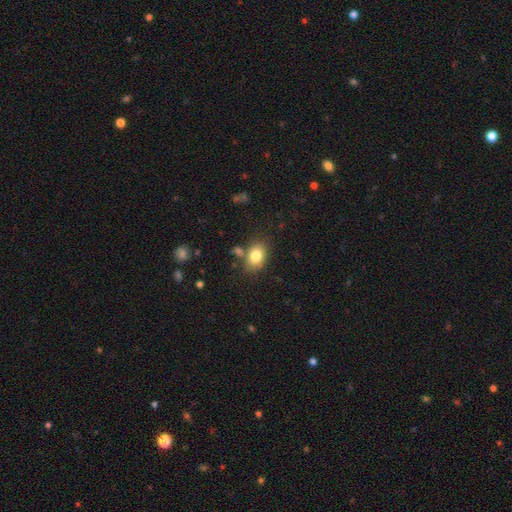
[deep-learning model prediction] This is clearly a smooth galaxy (80%). How rounded: likely in between (73%). Merging: likely none (73%).